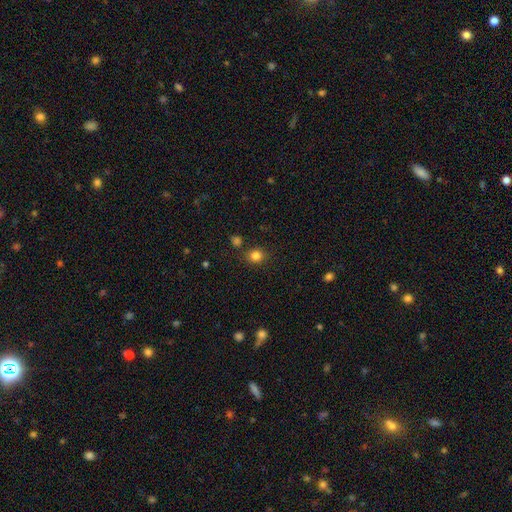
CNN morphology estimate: Smooth or featured? smooth (82%)
How rounded? round (78%)
Merging? none (83%)